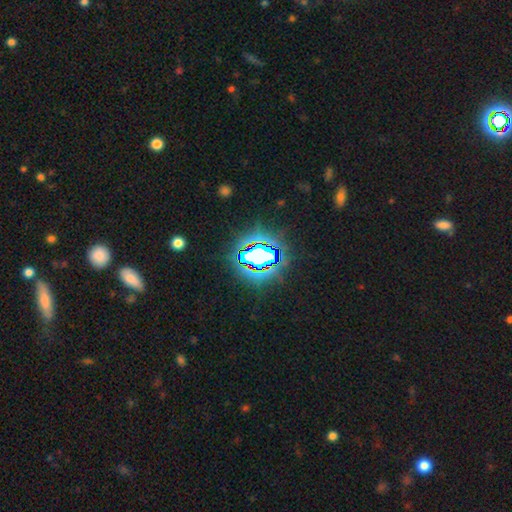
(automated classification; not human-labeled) Smooth or featured: star or artifact — 71% (smooth — 16%)